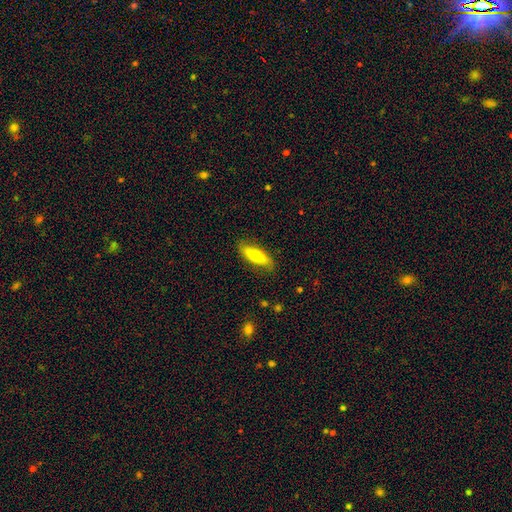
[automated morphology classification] Overall: smooth (66%; featured or disk 28%). How rounded: in between (59%; cigar-shaped 38%). Merging: none (82%).